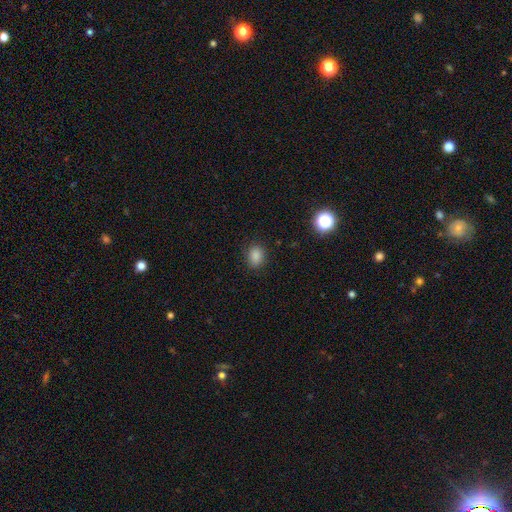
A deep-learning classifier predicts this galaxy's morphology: A smooth galaxy with no disk features (84%) that is in between round and cigar-shaped (55%). Merging: none (86%).